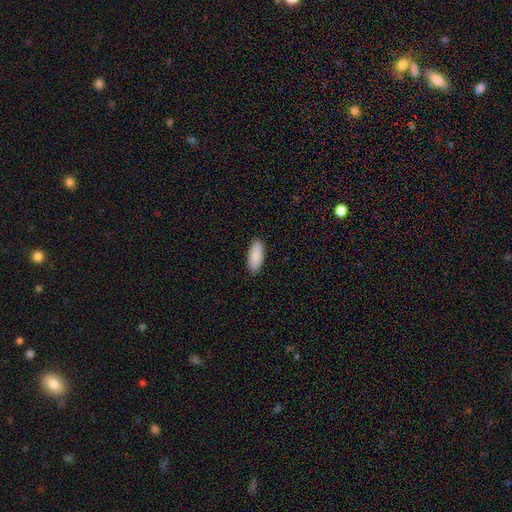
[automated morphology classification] Q: Smooth or featured?
A: smooth (91%); runner-up: star or artifact (5%)
Q: How rounded?
A: in between (81%); runner-up: cigar-shaped (17%)
Q: Merging?
A: none (90%); runner-up: minor disturbance (7%)